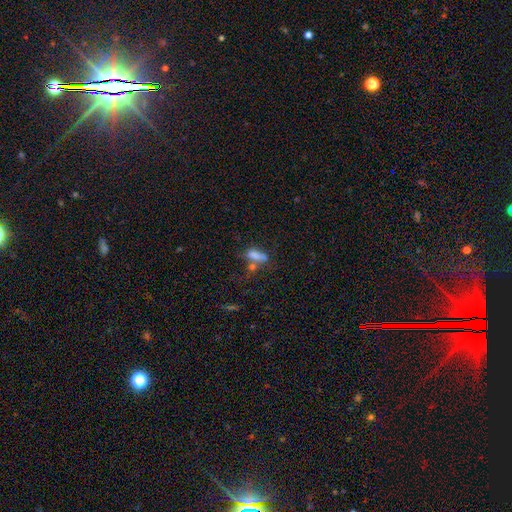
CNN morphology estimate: A smooth galaxy with no disk features (71%) that is in between round and cigar-shaped (63%). Merging: none (38%).